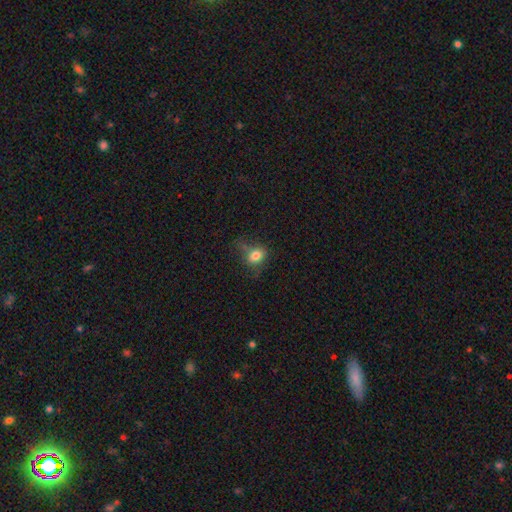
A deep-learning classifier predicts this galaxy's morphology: The model was most divided on "how rounded": in between: 52%, round: 47%, cigar-shaped: 1%. More confident: smooth or featured — smooth (80%); merging — none (56%).